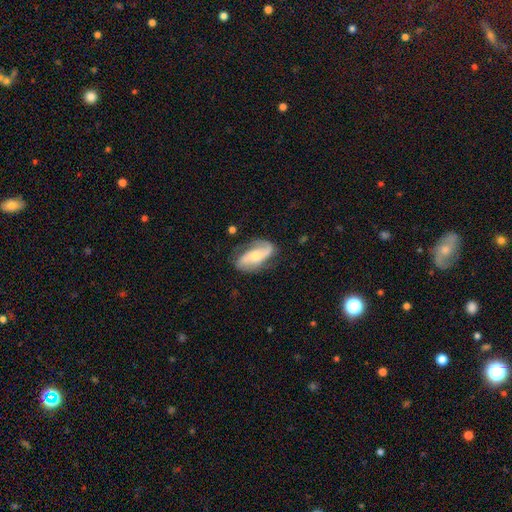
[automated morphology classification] Smooth or featured?
  - featured or disk: 73% *
  - smooth: 21%
  - star or artifact: 6%
Edge-on disk?
  - no: 94% *
  - yes: 6%
Bar?
  - no: 49% *
  - weak: 32%
  - strong: 18%
Spiral arms?
  - yes: 93% *
  - no: 7%
Spiral winding?
  - loose: 43% *
  - medium: 39%
  - tight: 19%
Spiral arm count?
  - 2: 84% *
  - can't tell: 6%
  - 1: 6%
  - 3: 2%
  - 4: 1%
  - more than 4: 1%
Bulge size?
  - moderate: 46% *
  - small: 40%
  - large: 8%
  - none: 5%
  - dominant: 2%
Merging?
  - none: 66% *
  - minor disturbance: 21%
  - major disturbance: 10%
  - merger: 2%